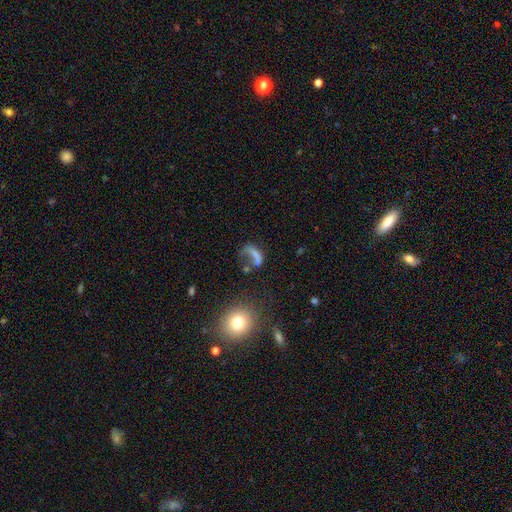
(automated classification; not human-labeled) Smooth or featured?
  - smooth: 50% *
  - featured or disk: 31%
  - star or artifact: 18%
How rounded?
  - in between: 55% *
  - round: 25%
  - cigar-shaped: 21%
Merging?
  - major disturbance: 41% *
  - none: 31%
  - merger: 14%
  - minor disturbance: 14%